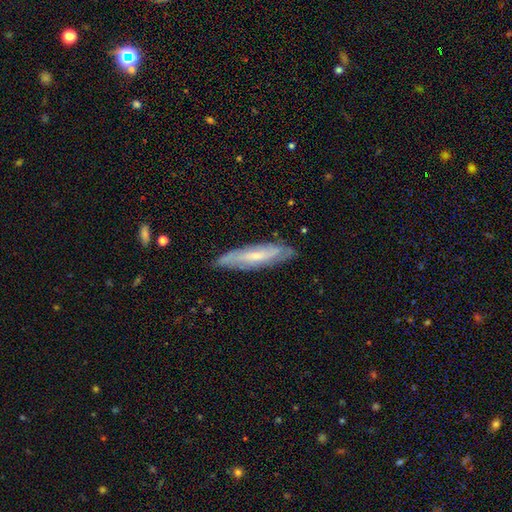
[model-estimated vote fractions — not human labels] featured or disk 67%, smooth 26%, star or artifact 7%. Down the decision tree: edge-on disk — no (64%); merging — none (81%).